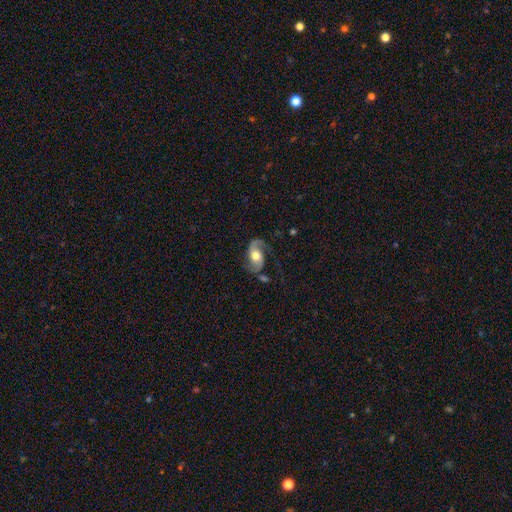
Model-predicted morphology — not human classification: A featured or disk galaxy (79%) with no bar (62%), 2 (77%) loose (51%) spiral arms (93%) and a moderate central bulge (69%).

Vote fractions:
- Smooth or featured? featured or disk: 79% / smooth: 15% / star or artifact: 6%
- Edge-on disk? no: 97% / yes: 3%
- Bar? no: 62% / weak: 28% / strong: 10%
- Spiral arms? yes: 93% / no: 7%
- Spiral winding? loose: 51% / medium: 37% / tight: 12%
- Spiral arm count? 2: 77% / 1: 17% / can't tell: 3% / 3: 1% / 4: 1% / more than 4: 1%
- Bulge size? moderate: 69% / large: 19% / small: 10% / dominant: 2% / none: 1%
- Merging? none: 59% / minor disturbance: 20% / major disturbance: 18% / merger: 4%